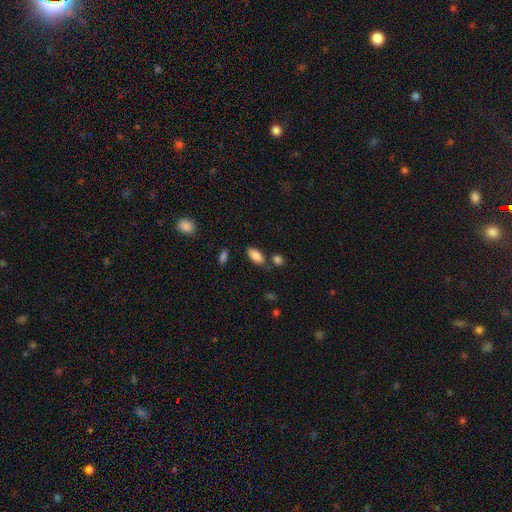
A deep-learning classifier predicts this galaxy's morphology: smooth-or-featured: smooth: 84% | featured or disk: 8% | star or artifact: 8%
  how-rounded: in between: 88% | cigar-shaped: 9% | round: 3%
  merging: none: 73% | minor disturbance: 14% | merger: 10% | major disturbance: 4%